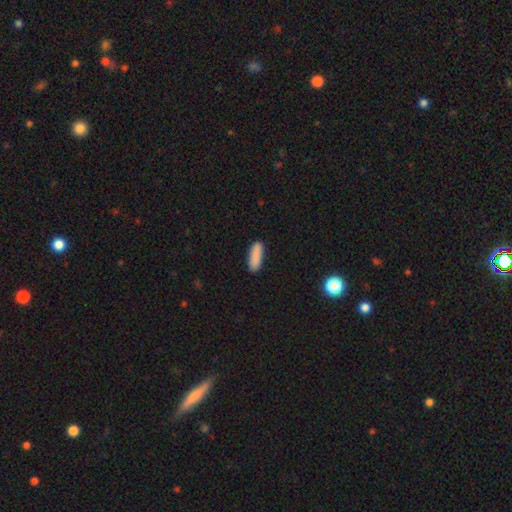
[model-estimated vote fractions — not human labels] Smooth or featured?
  - smooth: 89% *
  - star or artifact: 7%
  - featured or disk: 4%
How rounded?
  - in between: 54% *
  - cigar-shaped: 44%
  - round: 2%
Merging?
  - none: 86% *
  - minor disturbance: 11%
  - major disturbance: 2%
  - merger: 1%